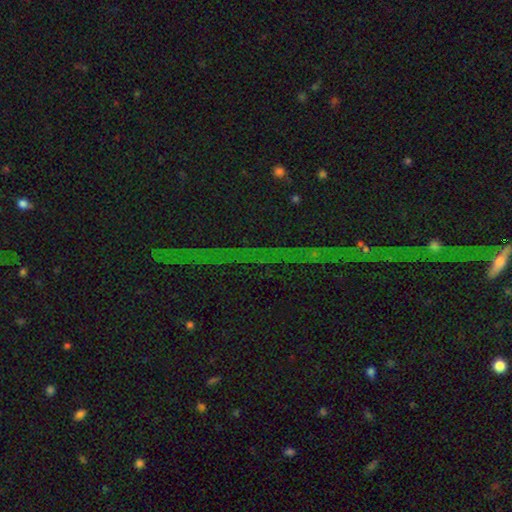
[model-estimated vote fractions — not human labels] A star or artifact, not a galaxy (83%).

Vote fractions:
- Smooth or featured? star or artifact: 83% / featured or disk: 10% / smooth: 7%